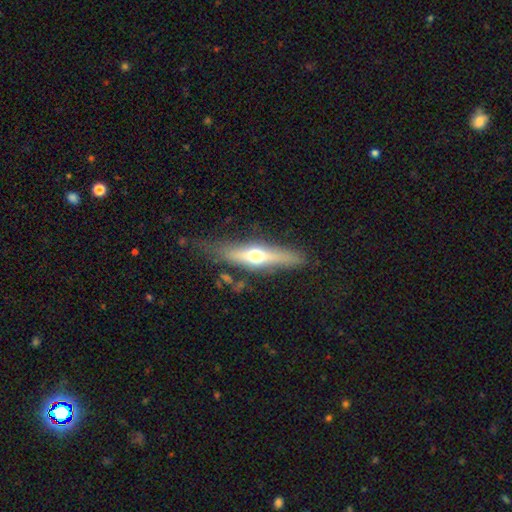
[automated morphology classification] Smooth or featured? featured or disk (57%)
Edge-on disk? yes (90%)
Edge-on bulge? rounded (94%)
Merging? none (76%)